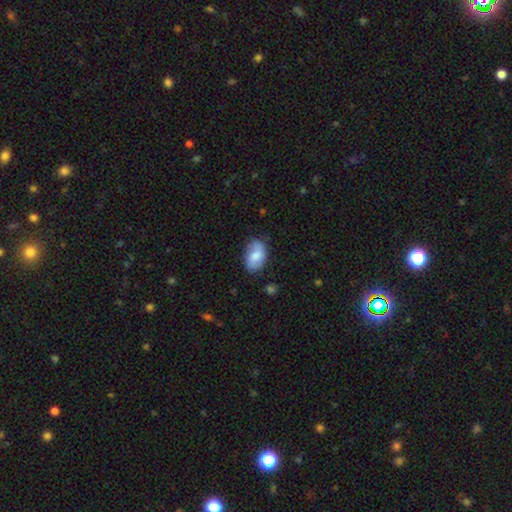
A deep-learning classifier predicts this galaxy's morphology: A smooth galaxy with no disk features (72%) that is in between round and cigar-shaped (90%).

Vote fractions:
- Smooth or featured? smooth: 72% / featured or disk: 21% / star or artifact: 7%
- How rounded? in between: 90% / round: 8% / cigar-shaped: 1%
- Merging? none: 67% / minor disturbance: 25% / major disturbance: 6% / merger: 2%